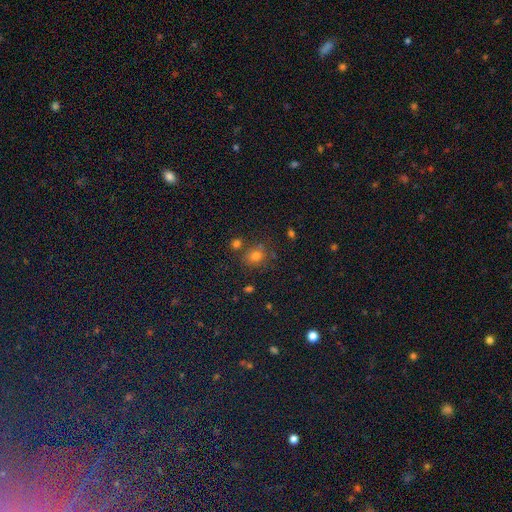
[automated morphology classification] smooth-or-featured: smooth: 70% | star or artifact: 21% | featured or disk: 9%
  how-rounded: round: 67% | in between: 32% | cigar-shaped: 1%
  merging: none: 69% | minor disturbance: 14% | merger: 12% | major disturbance: 5%